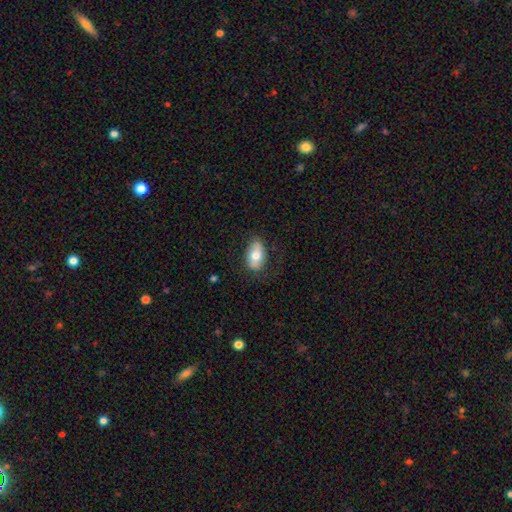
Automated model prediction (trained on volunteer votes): A smooth galaxy with no disk features (66%) that is in between round and cigar-shaped (90%).

Vote fractions:
- Smooth or featured? smooth: 66% / featured or disk: 27% / star or artifact: 6%
- How rounded? in between: 90% / round: 7% / cigar-shaped: 3%
- Merging? none: 78% / minor disturbance: 16% / major disturbance: 4% / merger: 1%